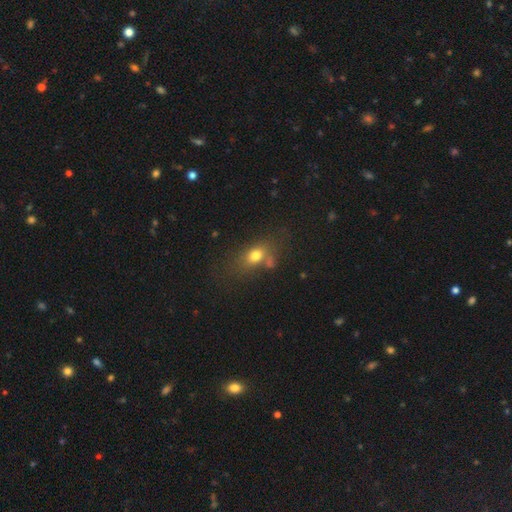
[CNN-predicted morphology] Smooth or featured?
  - smooth: 74% *
  - featured or disk: 13%
  - star or artifact: 13%
How rounded?
  - in between: 68% *
  - round: 28%
  - cigar-shaped: 4%
Merging?
  - none: 52% *
  - minor disturbance: 20%
  - merger: 16%
  - major disturbance: 12%